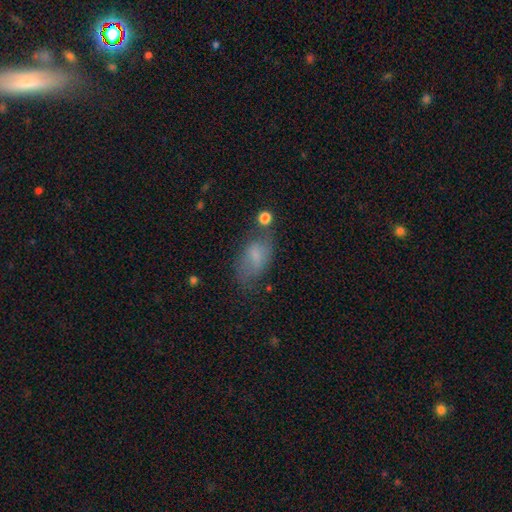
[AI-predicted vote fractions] Smooth or featured? Predicted: smooth (p=0.62). How rounded? Predicted: in between (p=0.88). Merging? Predicted: none (p=0.53).